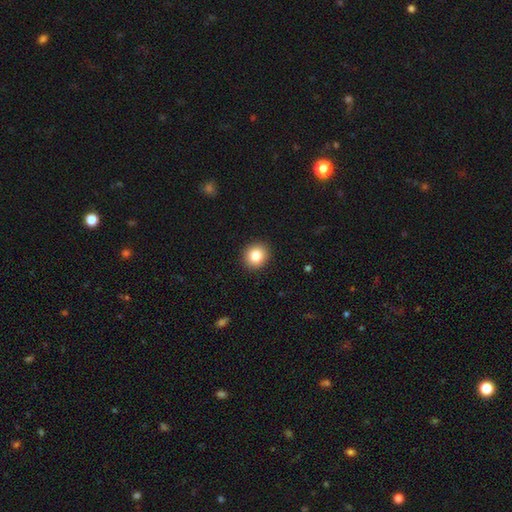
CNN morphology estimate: This appears to be a smooth galaxy with no disk features (84%) that is round (86%). Merging: none (92%).